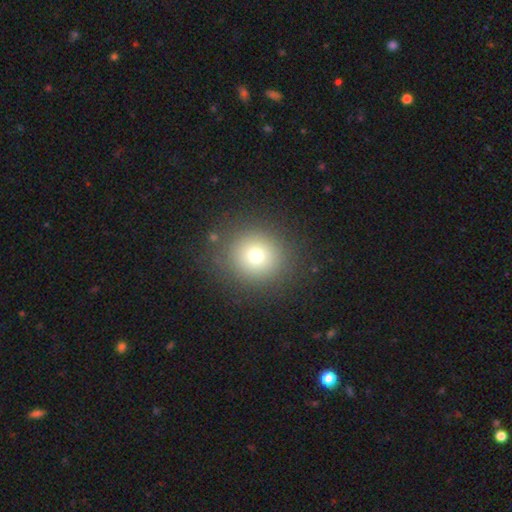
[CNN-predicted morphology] smooth-or-featured: smooth: 73% | star or artifact: 16% | featured or disk: 11%
  how-rounded: round: 88% | in between: 11% | cigar-shaped: 1%
  merging: none: 87% | minor disturbance: 8% | major disturbance: 4% | merger: 2%